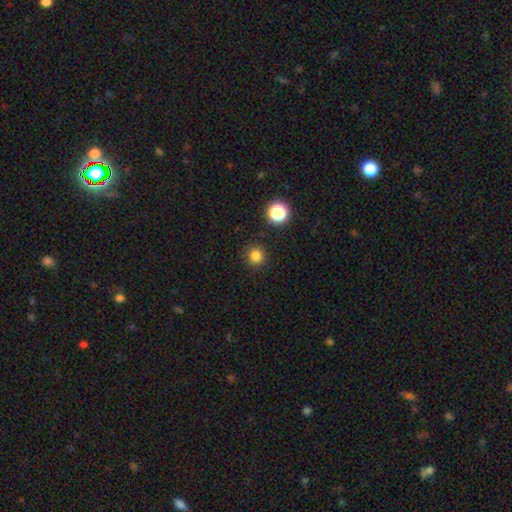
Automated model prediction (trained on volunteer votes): This appears to be a smooth galaxy with no disk features (81%) that is round (93%). Merging: none (90%).